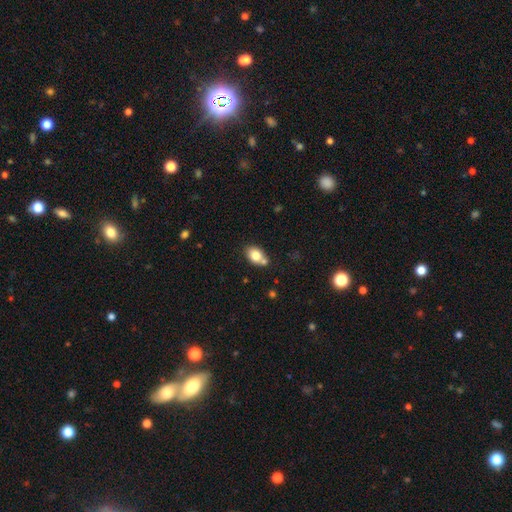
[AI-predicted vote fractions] Smooth or featured? smooth (78%)
How rounded? in between (73%)
Merging? none (56%)